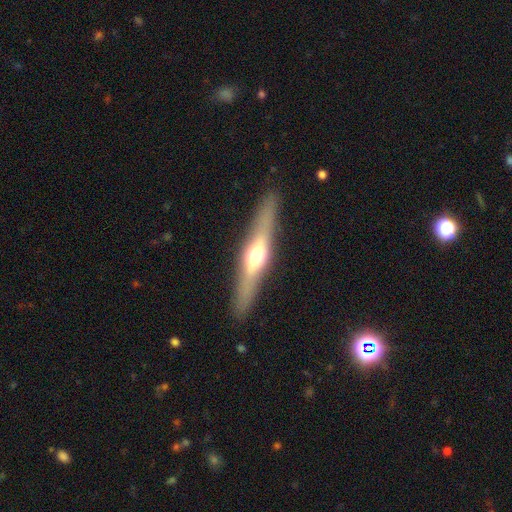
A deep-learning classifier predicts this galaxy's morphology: Q: Smooth or featured?
A: featured or disk (65%); runner-up: smooth (29%)
Q: Edge-on disk?
A: yes (94%); runner-up: no (6%)
Q: Edge-on bulge?
A: rounded (92%); runner-up: boxy (4%)
Q: Merging?
A: none (89%); runner-up: minor disturbance (8%)